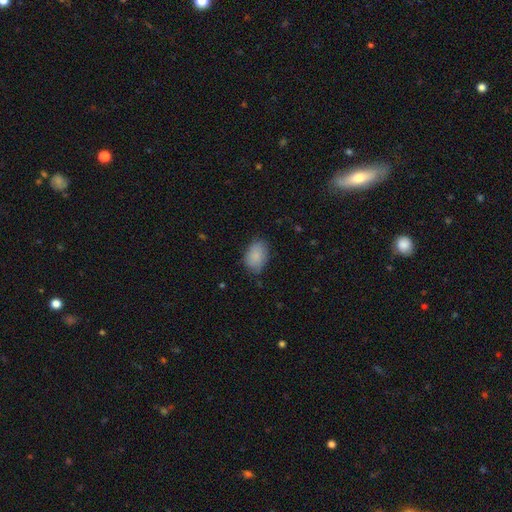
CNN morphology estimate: The model was most divided on "merging": none: 73%, minor disturbance: 21%, major disturbance: 4%, merger: 1%. More confident: smooth or featured — smooth (87%); how rounded — in between (84%).